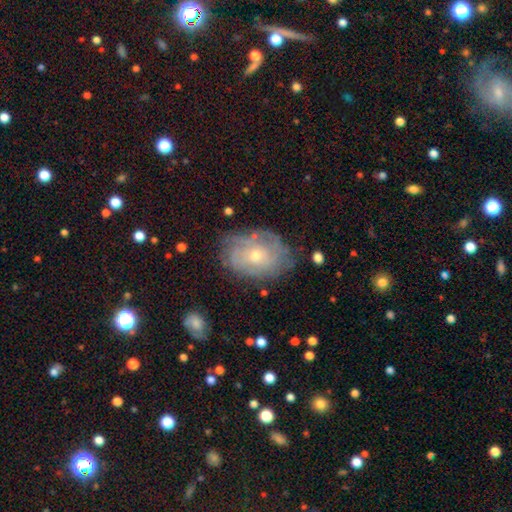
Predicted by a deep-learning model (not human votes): A featured or disk galaxy (67%) with no bar (81%), spiral arms (73%) and a small central bulge (56%).

Vote fractions:
- Smooth or featured? featured or disk: 67% / smooth: 26% / star or artifact: 8%
- Edge-on disk? no: 96% / yes: 4%
- Bar? no: 81% / weak: 16% / strong: 3%
- Spiral arms? yes: 73% / no: 27%
- Bulge size? small: 56% / moderate: 41% / large: 2% / none: 1% / dominant: 1%
- Merging? none: 68% / minor disturbance: 22% / major disturbance: 8% / merger: 2%